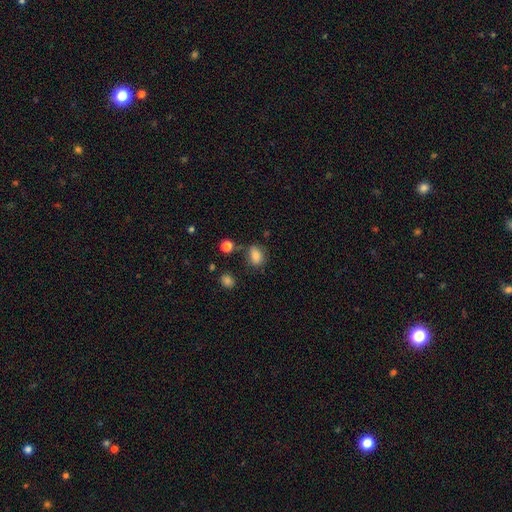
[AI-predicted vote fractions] Smooth or featured? smooth (80%)
How rounded? in between (63%)
Merging? none (68%)